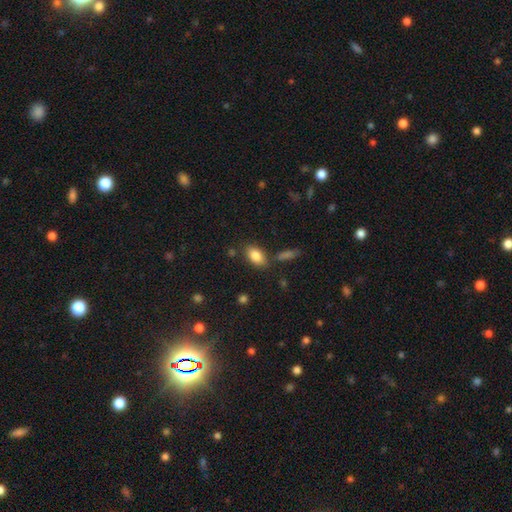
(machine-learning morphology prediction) A smooth galaxy with no disk features (85%) that is in between round and cigar-shaped (91%). Merging: none (77%).